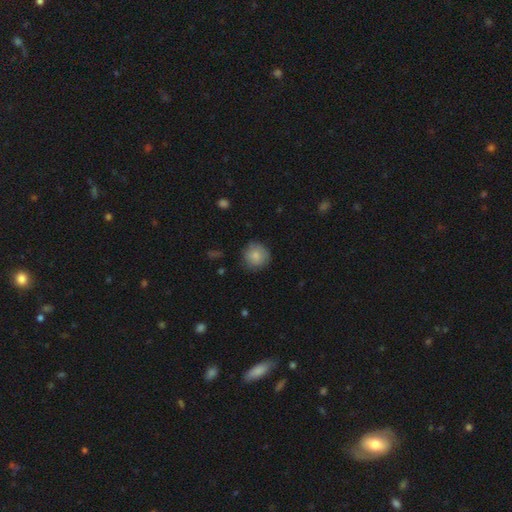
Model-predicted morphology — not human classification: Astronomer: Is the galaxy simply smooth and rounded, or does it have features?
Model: smooth — 84%.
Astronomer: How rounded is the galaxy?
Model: round — 93%.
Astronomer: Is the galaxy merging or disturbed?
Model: none — 82%.